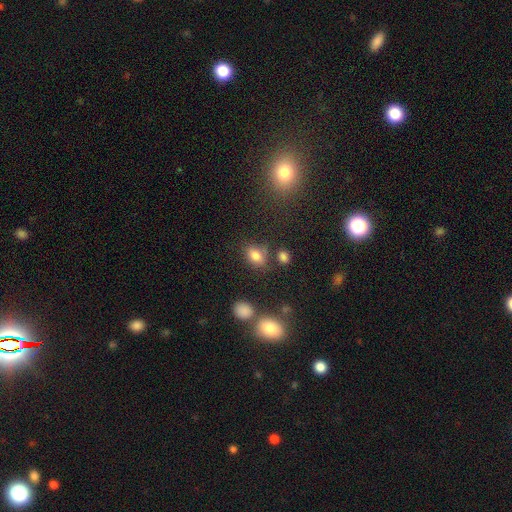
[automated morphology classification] smooth-or-featured: smooth: 79% | star or artifact: 13% | featured or disk: 8%
  how-rounded: in between: 76% | round: 22% | cigar-shaped: 2%
  merging: none: 65% | minor disturbance: 19% | merger: 10% | major disturbance: 7%